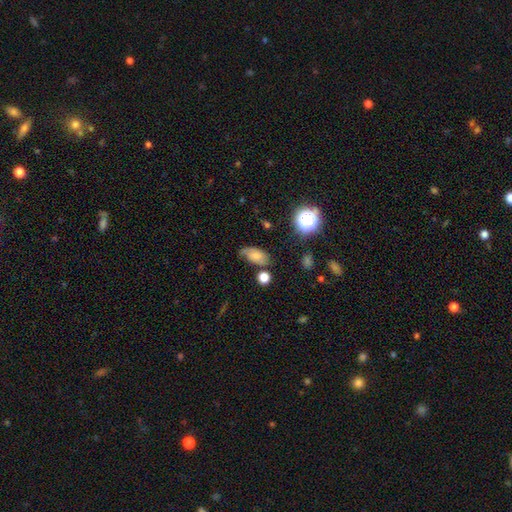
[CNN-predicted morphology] Overall: smooth (63%; featured or disk 23%). How rounded: in between (87%). Merging: none (51%; minor disturbance 31%).